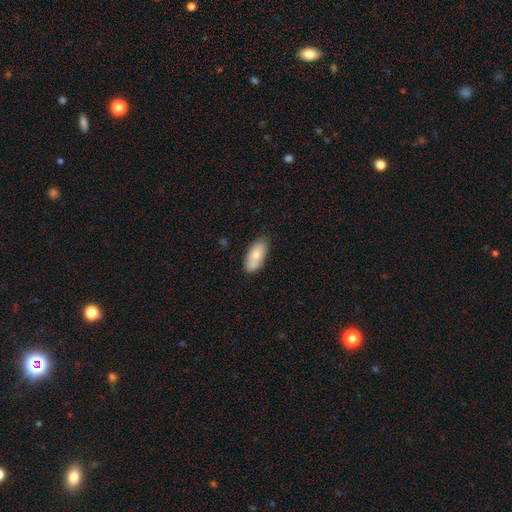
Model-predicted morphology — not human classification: smooth_or_featured: smooth (p=0.77) [alt: featured or disk p=0.16]
how_rounded: in between (p=0.88) [alt: cigar-shaped p=0.09]
merging: none (p=0.70) [alt: minor disturbance p=0.19]